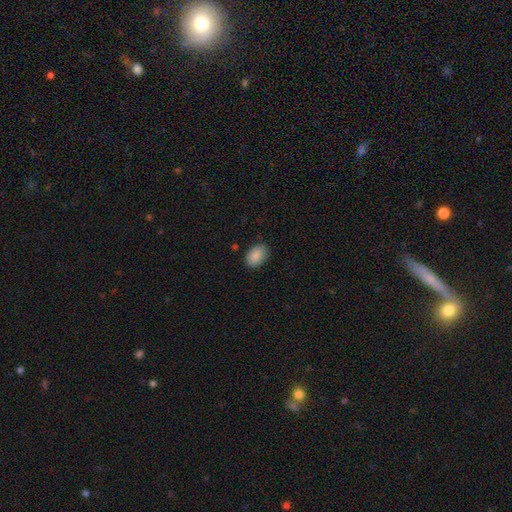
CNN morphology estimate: smooth 88%, star or artifact 7%, featured or disk 4%. Down the decision tree: how rounded — in between (83%); merging — none (80%).